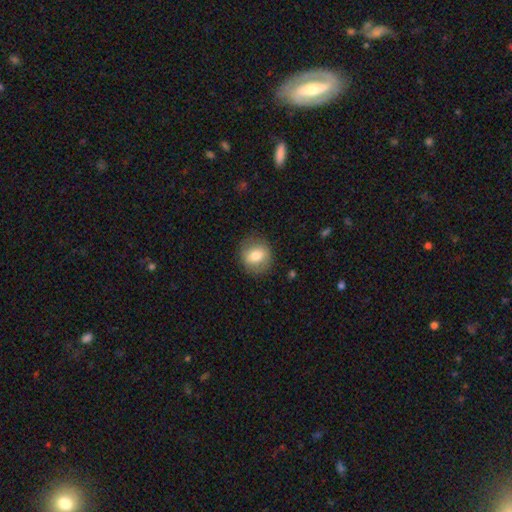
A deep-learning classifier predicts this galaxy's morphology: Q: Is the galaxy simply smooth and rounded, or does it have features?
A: smooth — 71%.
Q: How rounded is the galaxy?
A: round — 78%.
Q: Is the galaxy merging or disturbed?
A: none — 85%.